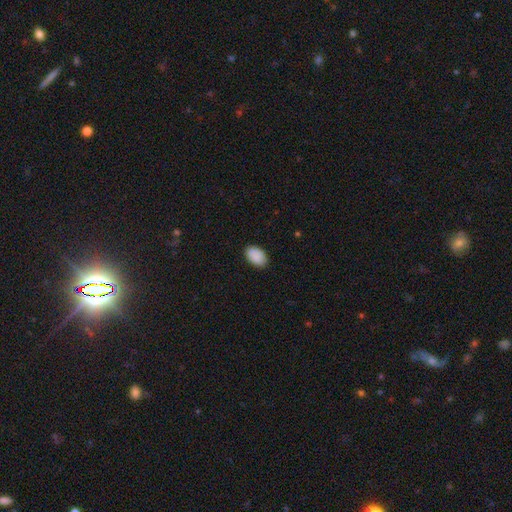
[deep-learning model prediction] Morphology: type=smooth (90%); roundness=in between (91%); merging=none (86%).